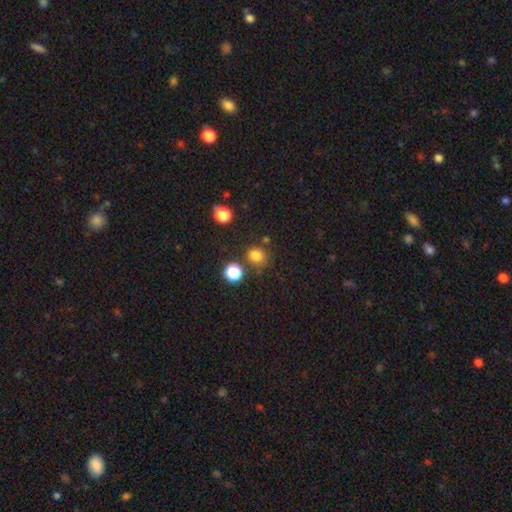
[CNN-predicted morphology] A smooth galaxy with no disk features (79%) that is round (85%). Merging: none (77%).